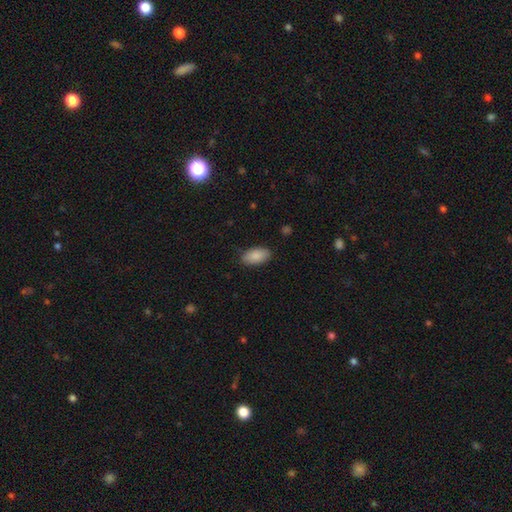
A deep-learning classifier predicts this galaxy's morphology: Q: Smooth or featured?
A: smooth (89%); runner-up: star or artifact (7%)
Q: How rounded?
A: in between (94%); runner-up: cigar-shaped (3%)
Q: Merging?
A: none (84%); runner-up: minor disturbance (12%)